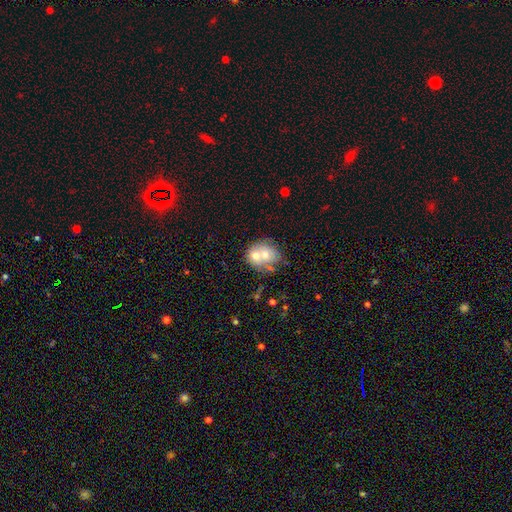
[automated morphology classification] Smooth or featured: smooth — 60% (featured or disk — 33%)
How rounded: round — 64% (in between — 35%)
Merging: merger — 64% (none — 23%)